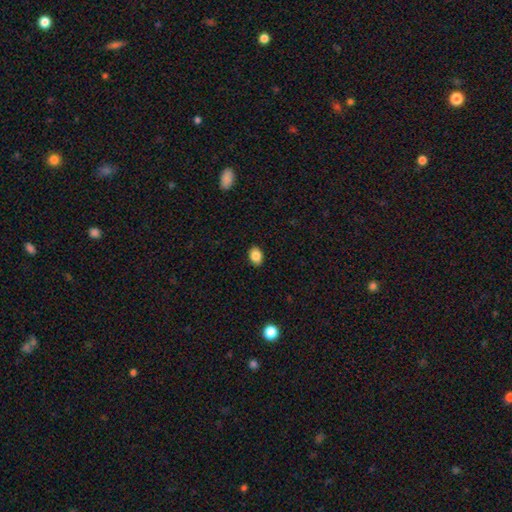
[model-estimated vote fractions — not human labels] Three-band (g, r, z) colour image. It shows a smooth galaxy with no disk features (87%) that is in between round and cigar-shaped (76%). Merging: none (90%).